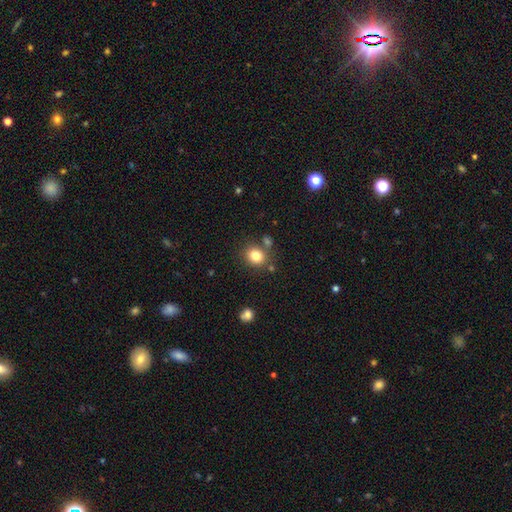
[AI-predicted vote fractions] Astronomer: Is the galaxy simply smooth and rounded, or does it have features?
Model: smooth — 82%.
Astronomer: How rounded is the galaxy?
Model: round — 67%.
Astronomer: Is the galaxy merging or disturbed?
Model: none — 75%.